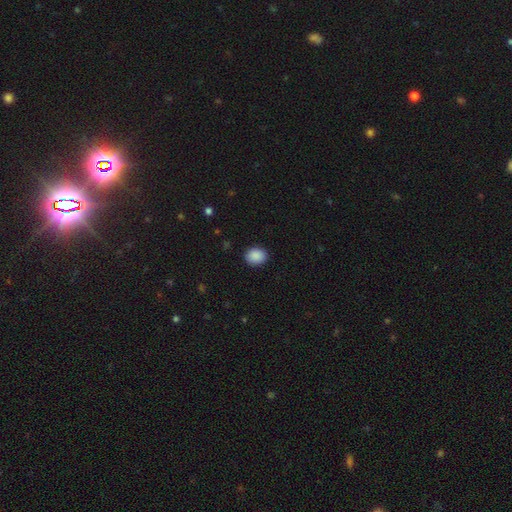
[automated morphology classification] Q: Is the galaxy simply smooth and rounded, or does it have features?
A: smooth — 90%.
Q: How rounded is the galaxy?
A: round — 51%.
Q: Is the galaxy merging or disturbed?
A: none — 90%.